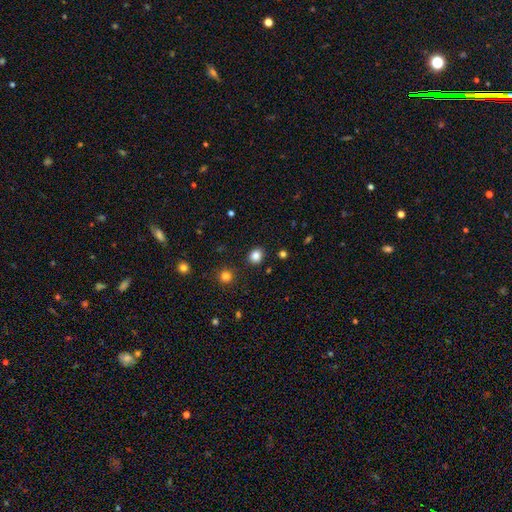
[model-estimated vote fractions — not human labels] smooth-or-featured: smooth: 84% | star or artifact: 12% | featured or disk: 4%
  how-rounded: round: 76% | in between: 23% | cigar-shaped: 1%
  merging: none: 89% | minor disturbance: 7% | major disturbance: 2% | merger: 2%